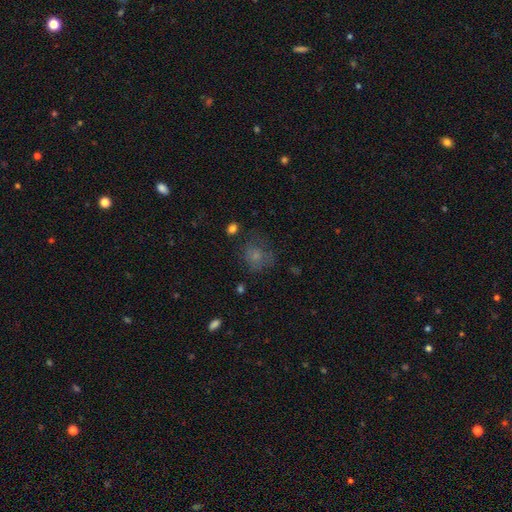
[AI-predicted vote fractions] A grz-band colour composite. It shows a smooth galaxy with no disk features (65%) that is round (68%). Merging: none (55%).